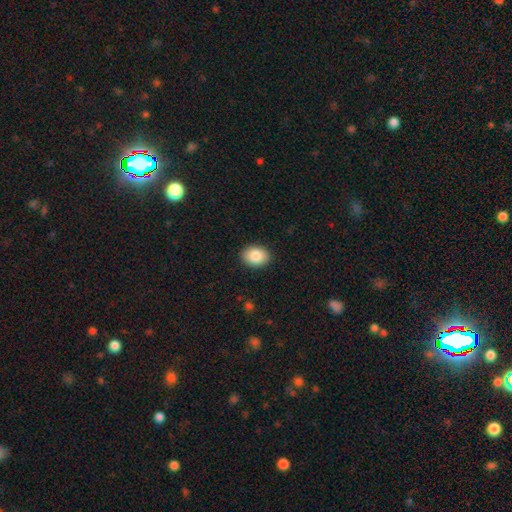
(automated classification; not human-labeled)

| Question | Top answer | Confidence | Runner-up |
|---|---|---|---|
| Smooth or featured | smooth | 87% | star or artifact (7%) |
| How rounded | in between | 66% | round (33%) |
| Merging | none | 90% | minor disturbance (7%) |